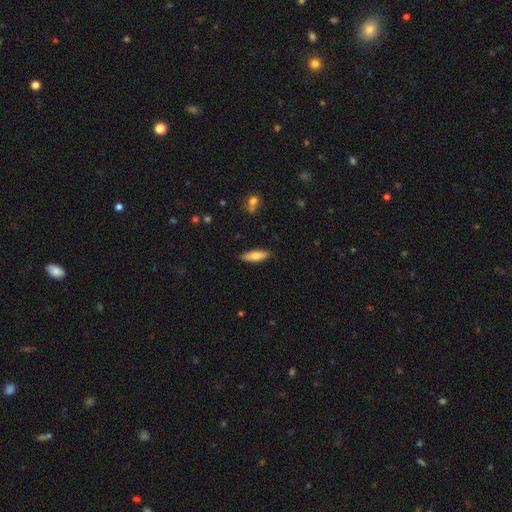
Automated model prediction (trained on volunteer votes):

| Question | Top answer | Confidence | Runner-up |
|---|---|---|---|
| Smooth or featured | smooth | 72% | featured or disk (22%) |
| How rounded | cigar-shaped | 54% | in between (44%) |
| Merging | none | 87% | minor disturbance (10%) |